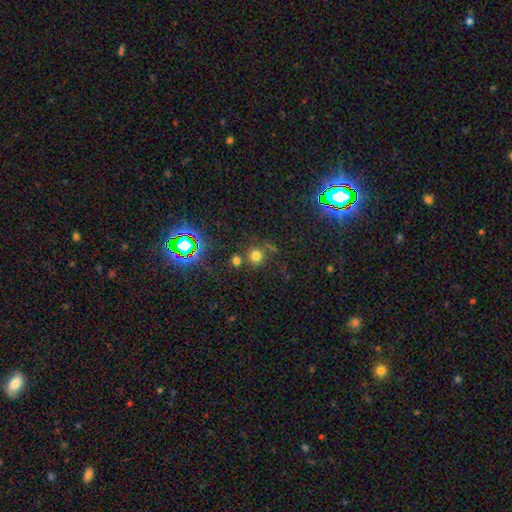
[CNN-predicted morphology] The model was most divided on "smooth or featured": smooth: 69%, star or artifact: 23%, featured or disk: 8%. More confident: how rounded — round (91%); merging — none (70%).